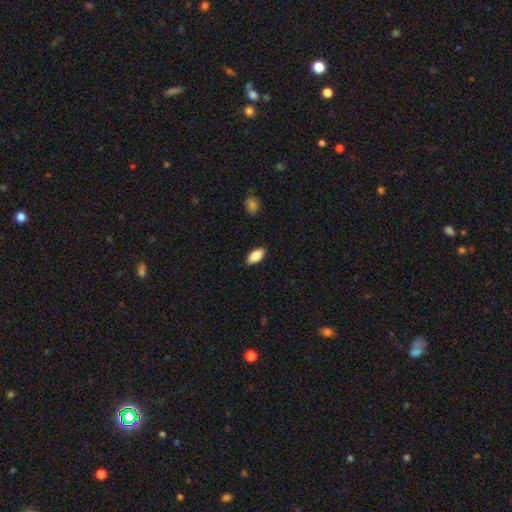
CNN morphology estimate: Q: Smooth or featured?
A: smooth (83%); runner-up: featured or disk (10%)
Q: How rounded?
A: in between (91%); runner-up: cigar-shaped (7%)
Q: Merging?
A: none (88%); runner-up: minor disturbance (9%)